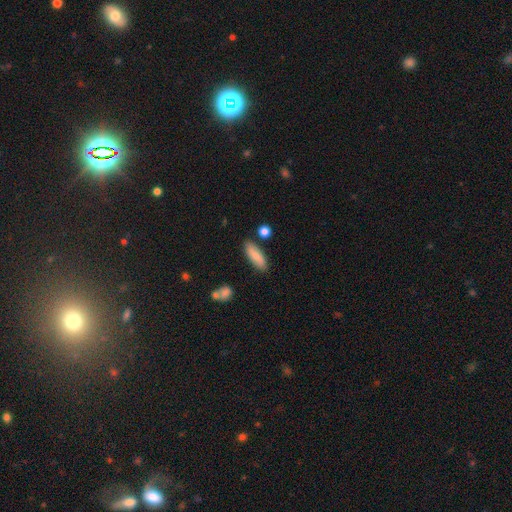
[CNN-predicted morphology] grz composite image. It shows a smooth galaxy with no disk features (81%) that is in between round and cigar-shaped (54%). Merging: none (82%).